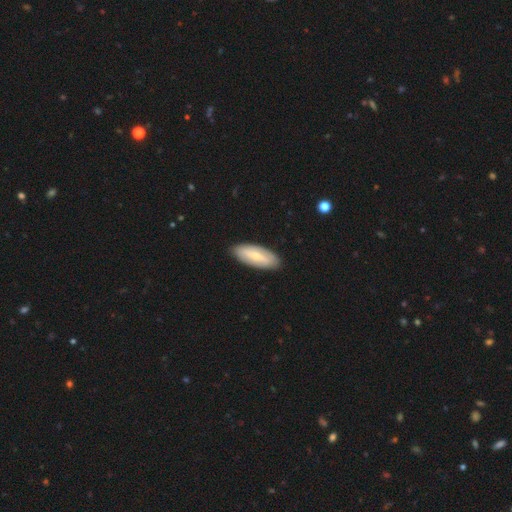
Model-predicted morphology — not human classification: smooth_or_featured: smooth (p=0.49) [alt: featured or disk p=0.46]
merging: none (p=0.88) [alt: minor disturbance p=0.09]